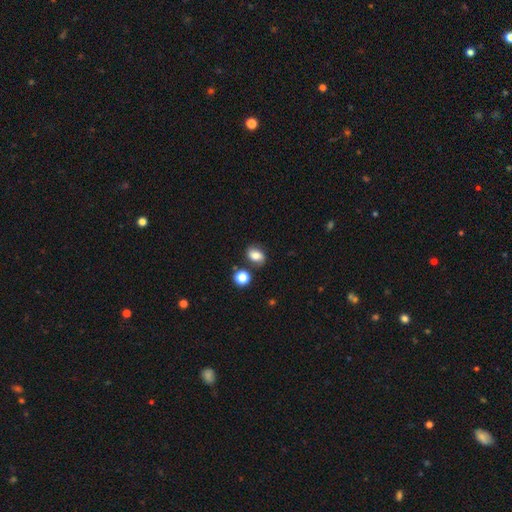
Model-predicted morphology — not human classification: Overall: smooth (72%). How rounded: in between (68%; round 31%). Merging: none (74%).